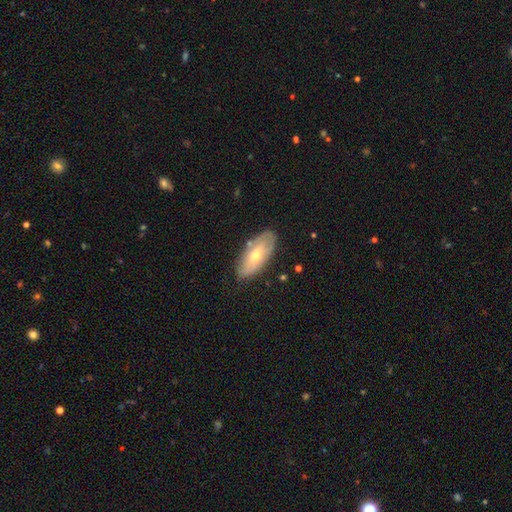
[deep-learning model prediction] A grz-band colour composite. It shows a featured or disk galaxy (48%). Merging: none (78%).